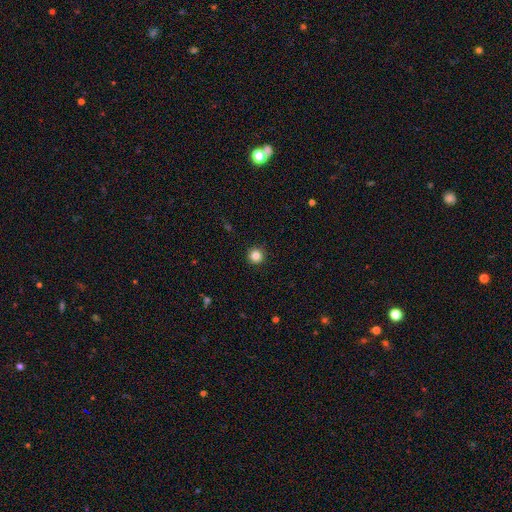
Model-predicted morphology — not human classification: A smooth galaxy with no disk features (85%) that is round (96%). Merging: none (93%).